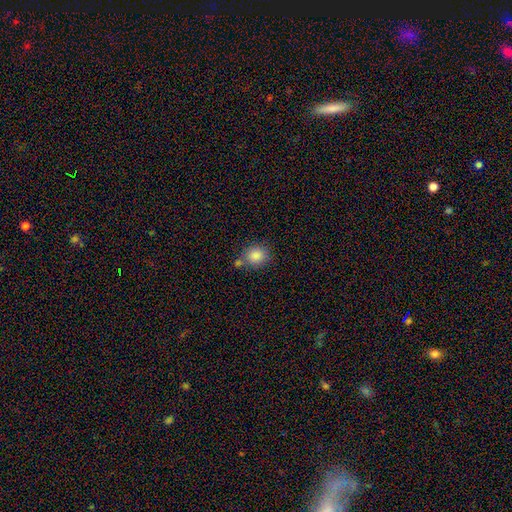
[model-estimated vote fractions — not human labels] Overall: smooth (85%). How rounded: round (78%). Merging: none (64%).